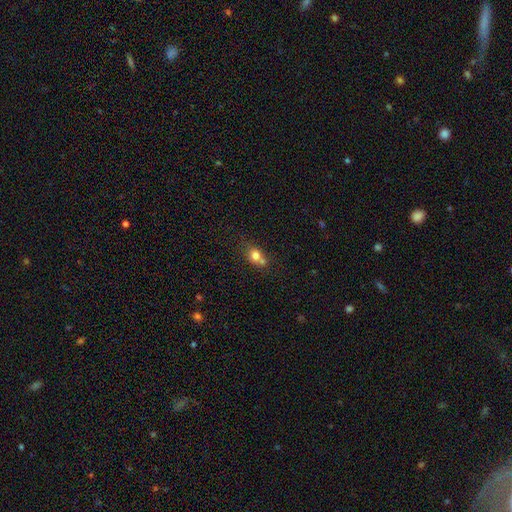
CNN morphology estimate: Smooth or featured? Predicted: smooth (p=0.76). How rounded? Predicted: round (p=0.63). Merging? Predicted: merger (p=0.44).